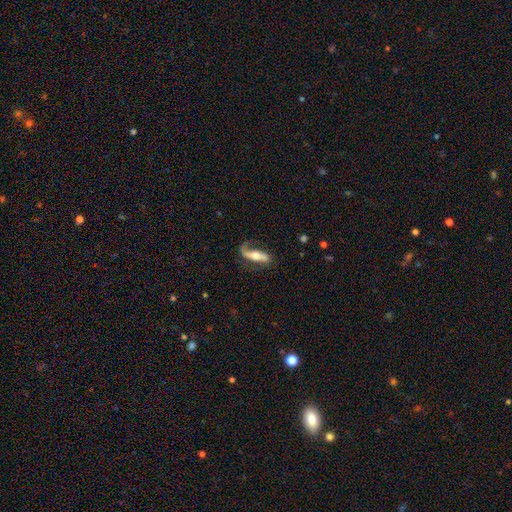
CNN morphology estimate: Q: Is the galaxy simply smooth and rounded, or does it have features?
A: featured or disk — 69%.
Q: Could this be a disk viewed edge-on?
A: no — 74%.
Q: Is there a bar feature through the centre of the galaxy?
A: no — 43%.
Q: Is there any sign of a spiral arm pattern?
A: yes — 87%.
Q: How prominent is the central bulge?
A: moderate — 61%.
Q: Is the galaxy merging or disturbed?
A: none — 52%.